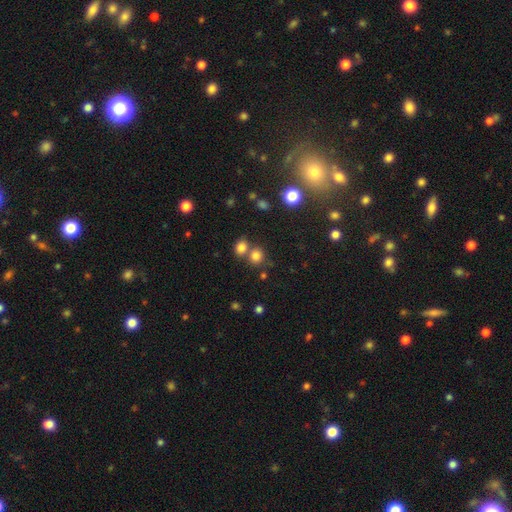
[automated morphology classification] A smooth galaxy with no disk features (79%) that is round (79%).

Vote fractions:
- Smooth or featured? smooth: 79% / star or artifact: 14% / featured or disk: 6%
- How rounded? round: 79% / in between: 20% / cigar-shaped: 1%
- Merging? none: 57% / merger: 32% / minor disturbance: 8% / major disturbance: 3%